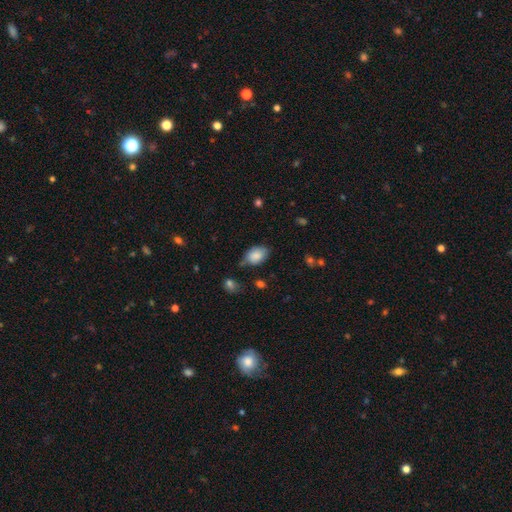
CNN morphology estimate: type=smooth (85%); roundness=in between (89%); merging=none (68%).